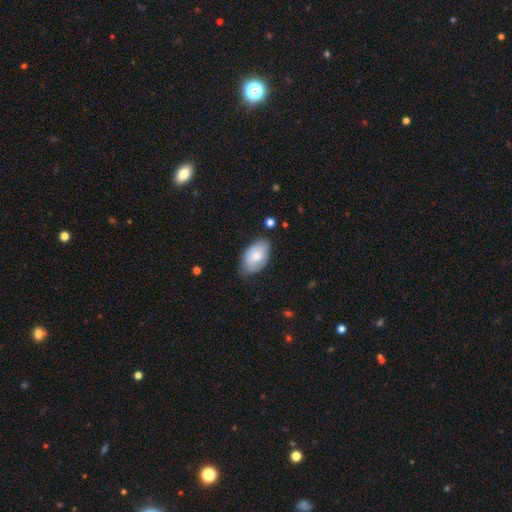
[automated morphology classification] This appears to be a smooth galaxy with no disk features (74%) that is in between round and cigar-shaped (93%). Merging: none (66%).